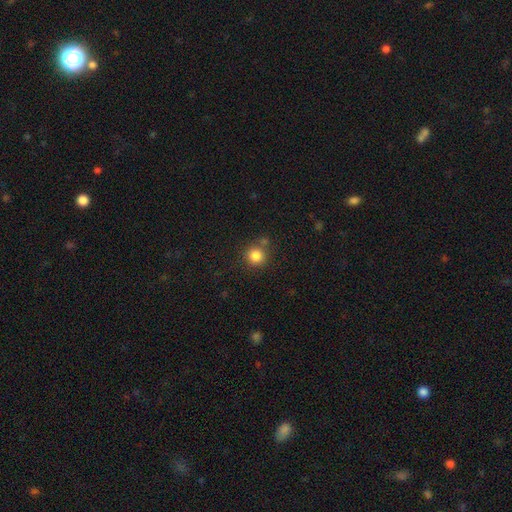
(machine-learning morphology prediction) Smooth or featured? smooth (84%)
How rounded? round (93%)
Merging? none (76%)